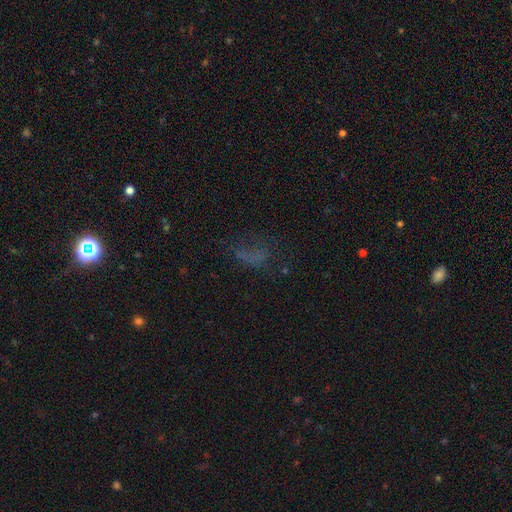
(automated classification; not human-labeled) Morphology: type=smooth (42%); merging=none (47%).